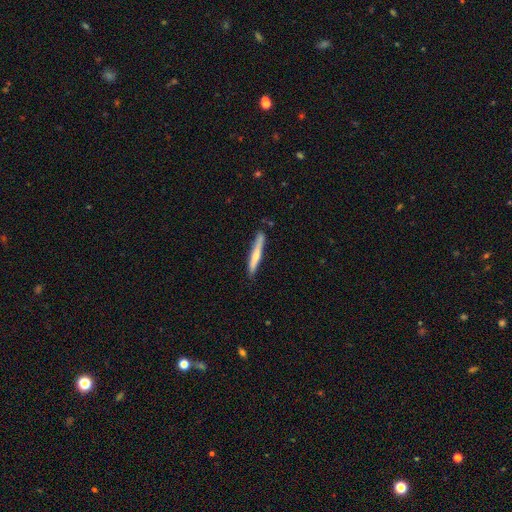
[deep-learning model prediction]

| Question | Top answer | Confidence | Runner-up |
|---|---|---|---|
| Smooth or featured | smooth | 60% | featured or disk (35%) |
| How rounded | cigar-shaped | 95% | in between (4%) |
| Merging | none | 81% | minor disturbance (14%) |